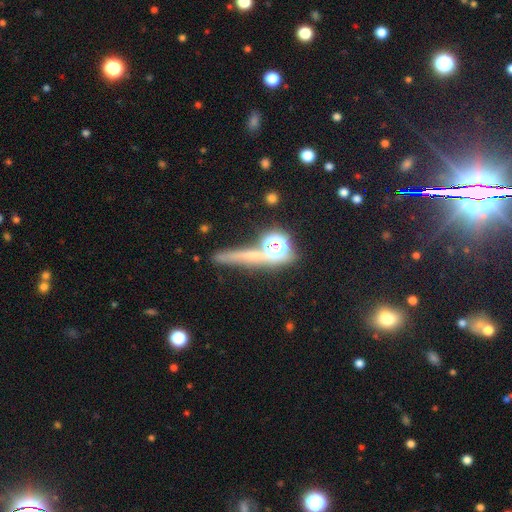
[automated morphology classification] A star or artifact, not a galaxy (44%).

Vote fractions:
- Smooth or featured? star or artifact: 44% / smooth: 34% / featured or disk: 22%